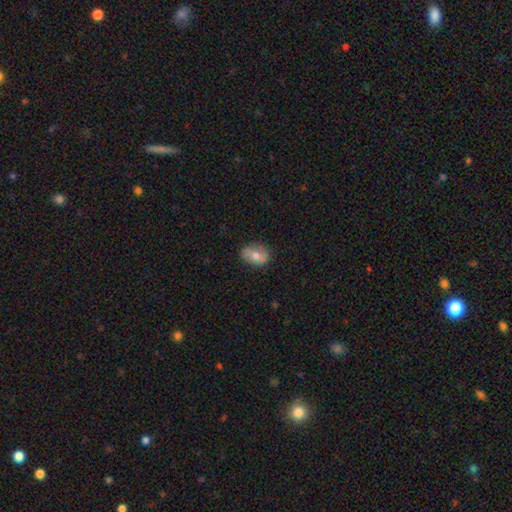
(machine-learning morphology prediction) Smooth or featured: smooth — 65% (featured or disk — 27%)
How rounded: in between — 79% (round — 20%)
Merging: none — 79% (minor disturbance — 17%)